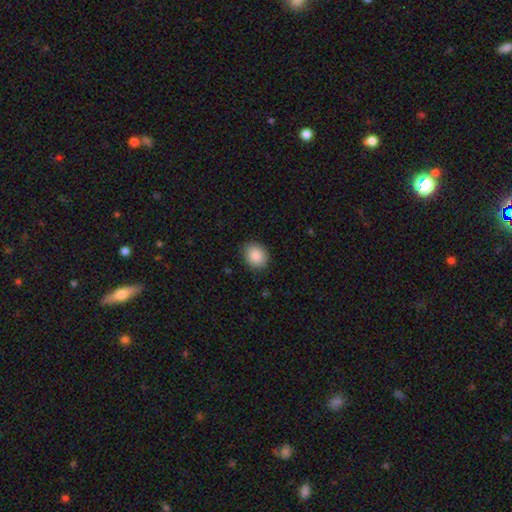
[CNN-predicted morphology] Q: Smooth or featured?
A: smooth (89%); runner-up: star or artifact (8%)
Q: How rounded?
A: round (61%); runner-up: in between (38%)
Q: Merging?
A: none (86%); runner-up: minor disturbance (10%)